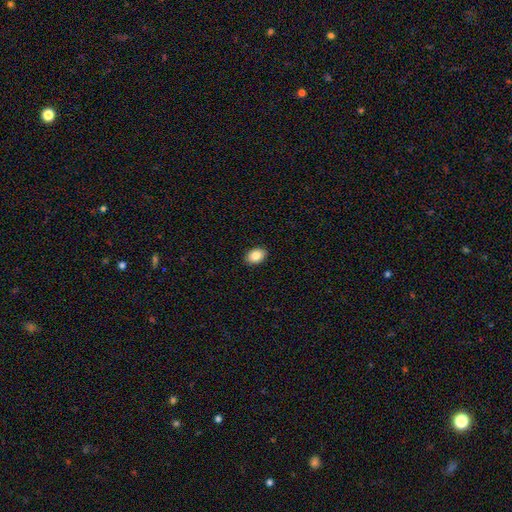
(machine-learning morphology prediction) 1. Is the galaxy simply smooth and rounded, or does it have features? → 87% smooth, 8% star or artifact, 6% featured or disk.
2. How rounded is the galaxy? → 81% in between, 18% round, 1% cigar-shaped.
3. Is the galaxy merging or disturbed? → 91% none, 7% minor disturbance, 2% major disturbance, 1% merger.